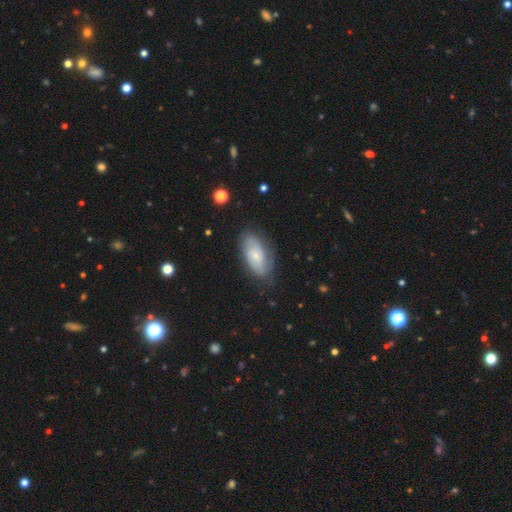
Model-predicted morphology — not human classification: Smooth or featured?
  - featured or disk: 47% *
  - smooth: 46%
  - star or artifact: 7%
Merging?
  - none: 74% *
  - minor disturbance: 19%
  - major disturbance: 6%
  - merger: 1%